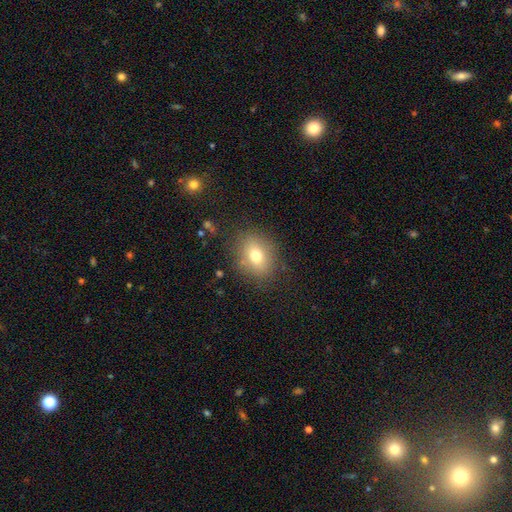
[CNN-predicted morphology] Q: Smooth or featured?
A: smooth (72%); runner-up: featured or disk (15%)
Q: How rounded?
A: round (54%); runner-up: in between (45%)
Q: Merging?
A: none (82%); runner-up: minor disturbance (11%)